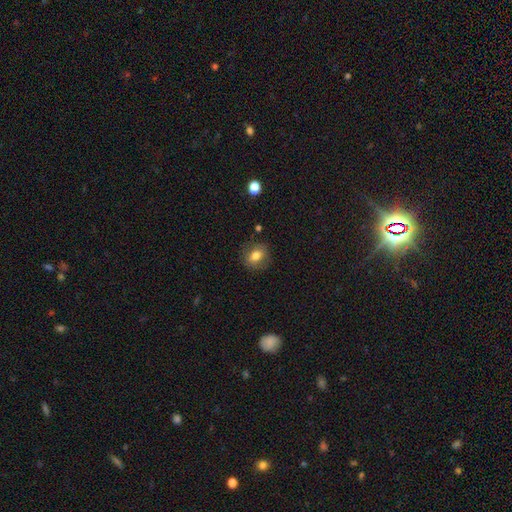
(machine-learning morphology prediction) This appears to be a smooth galaxy with no disk features (75%) that is round (61%). Merging: none (83%).